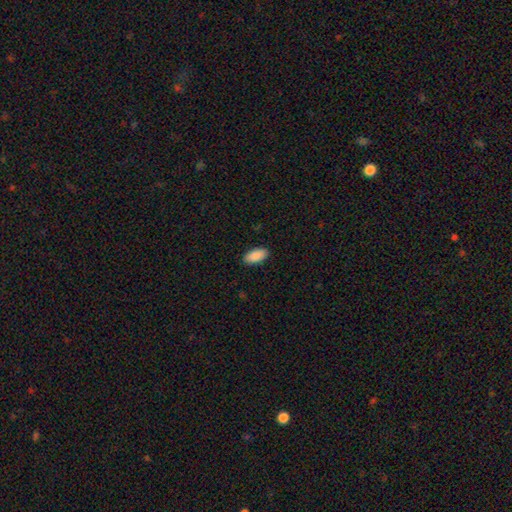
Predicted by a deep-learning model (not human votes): Morphology: type=smooth (90%); roundness=in between (93%); merging=none (89%).